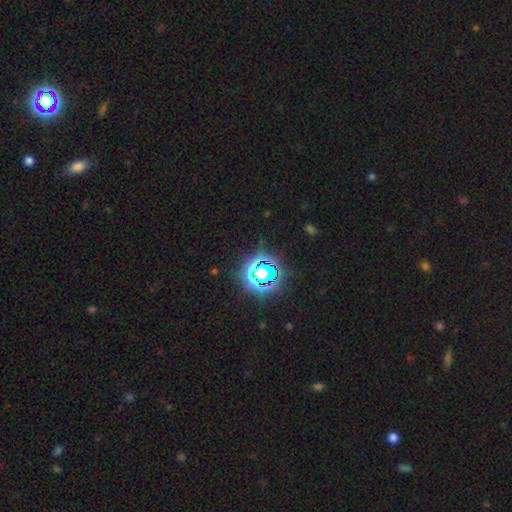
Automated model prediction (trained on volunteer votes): smooth-or-featured: star or artifact: 78% | smooth: 16% | featured or disk: 7%